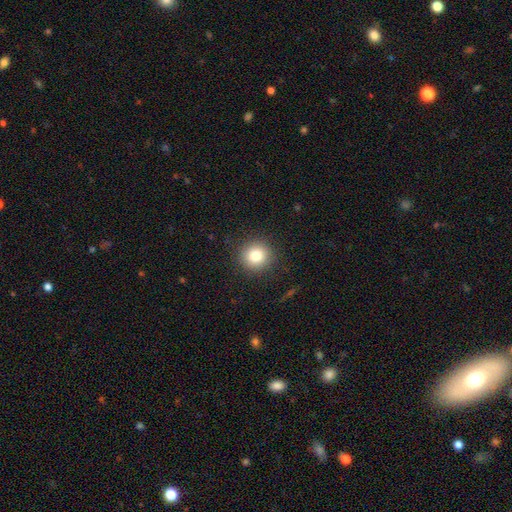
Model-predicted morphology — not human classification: type=smooth (82%); roundness=round (92%); merging=none (90%).